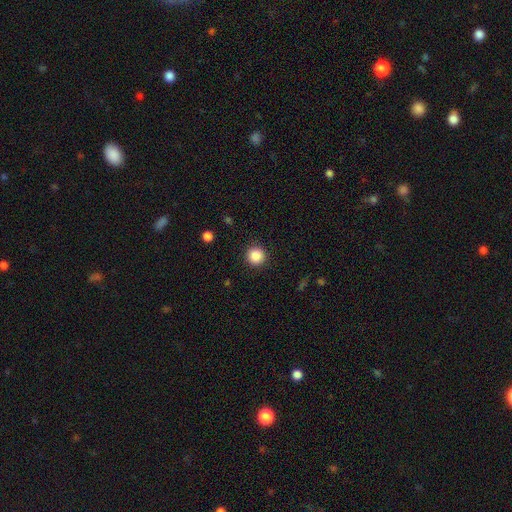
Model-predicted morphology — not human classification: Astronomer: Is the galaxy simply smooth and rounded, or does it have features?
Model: smooth — 86%.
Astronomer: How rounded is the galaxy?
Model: round — 96%.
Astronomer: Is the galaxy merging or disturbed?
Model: none — 92%.